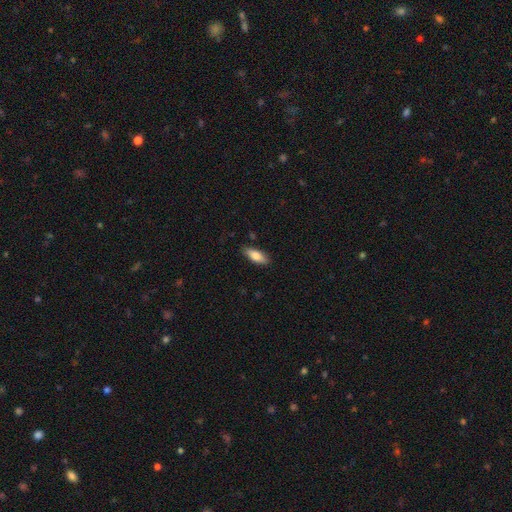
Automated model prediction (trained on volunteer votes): Overall: smooth (77%). How rounded: in between (72%). Merging: none (86%).